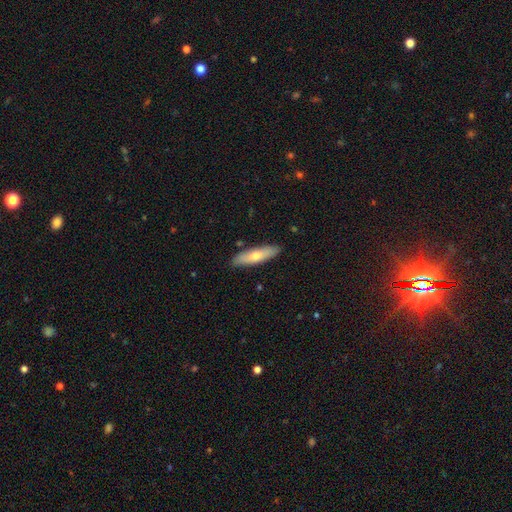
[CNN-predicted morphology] A smooth galaxy with no disk features (60%) that is cigar-shaped (69%).

Vote fractions:
- Smooth or featured? smooth: 60% / featured or disk: 34% / star or artifact: 6%
- How rounded? cigar-shaped: 69% / in between: 29% / round: 2%
- Merging? none: 88% / minor disturbance: 9% / major disturbance: 2% / merger: 1%